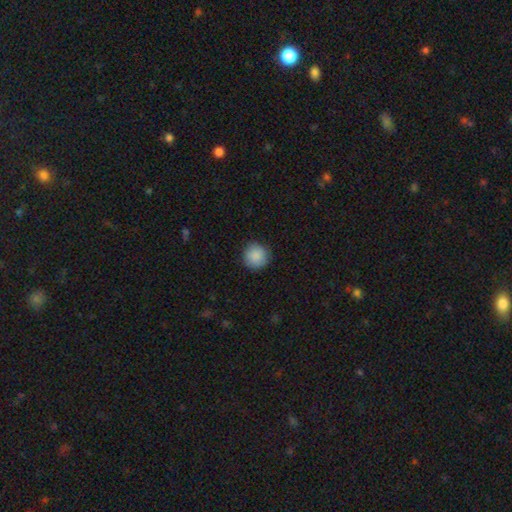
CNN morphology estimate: A smooth galaxy with no disk features (89%) that is round (95%). Merging: none (89%).